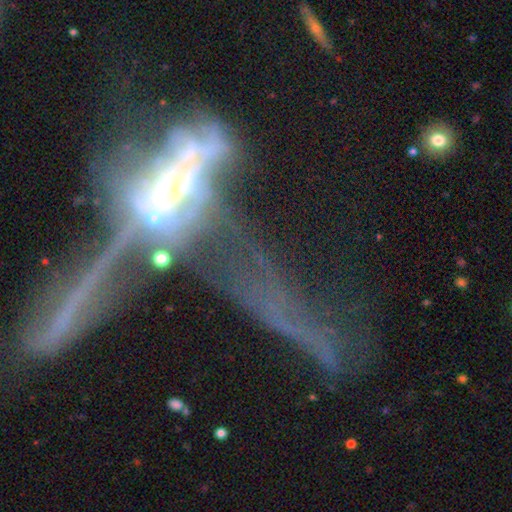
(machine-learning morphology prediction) type=featured or disk (62%); edge-on=no (53%); merging=merger (40%).